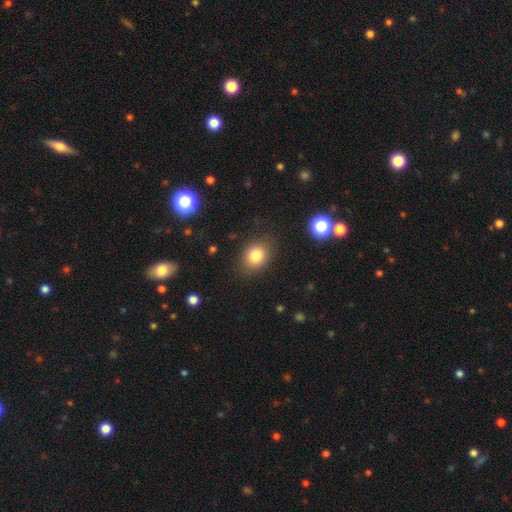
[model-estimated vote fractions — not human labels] smooth_or_featured: smooth (p=0.82) [alt: star or artifact p=0.11]
how_rounded: in between (p=0.51) [alt: round p=0.48]
merging: none (p=0.83) [alt: minor disturbance p=0.12]